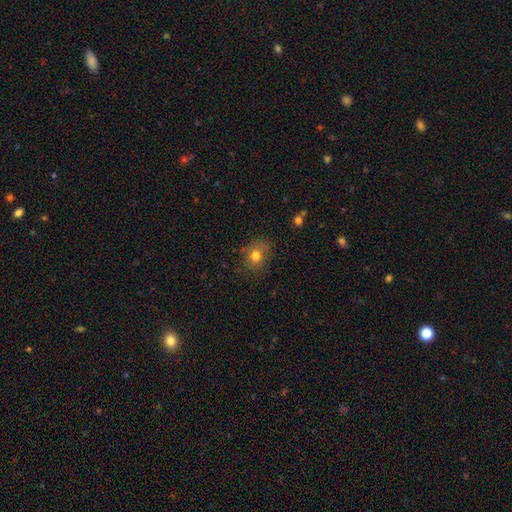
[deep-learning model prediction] Smooth or featured: smooth — 77% (star or artifact — 13%)
How rounded: round — 65% (in between — 34%)
Merging: none — 75% (minor disturbance — 18%)